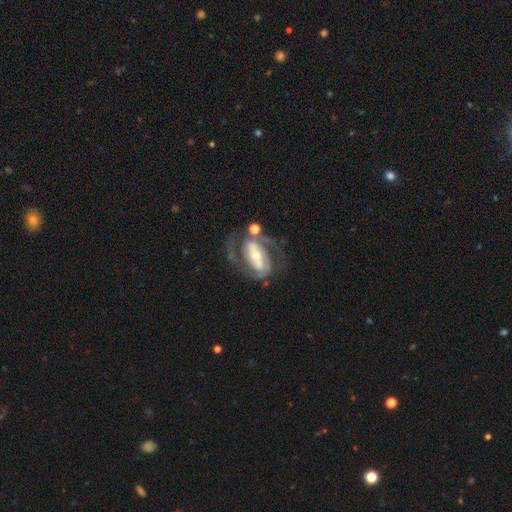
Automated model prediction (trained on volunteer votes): Smooth or featured? featured or disk (86%)
Edge-on disk? no (95%)
Bar? strong (50%)
Spiral arms? yes (93%)
Spiral winding? medium (49%)
Spiral arm count? 2 (84%)
Bulge size? moderate (55%)
Merging? none (59%)